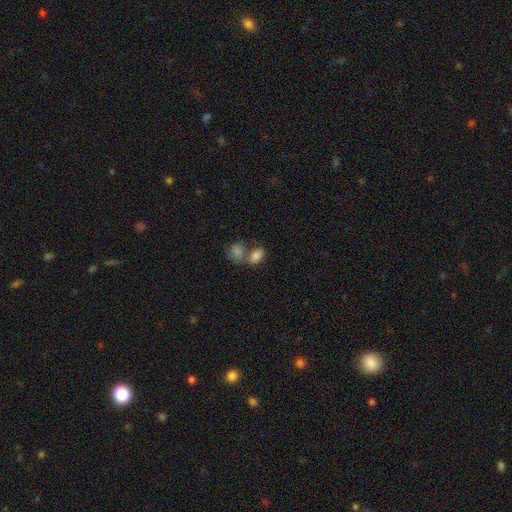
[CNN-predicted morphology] Smooth or featured? Predicted: smooth (p=0.81). How rounded? Predicted: in between (p=0.85). Merging? Predicted: merger (p=0.49).